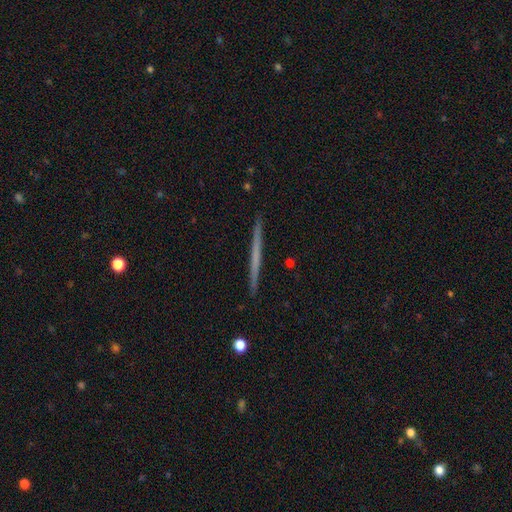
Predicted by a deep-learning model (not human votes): Morphology: type=featured or disk (52%); edge-on=yes (98%); edge-on bulge=none (92%); merging=none (93%).